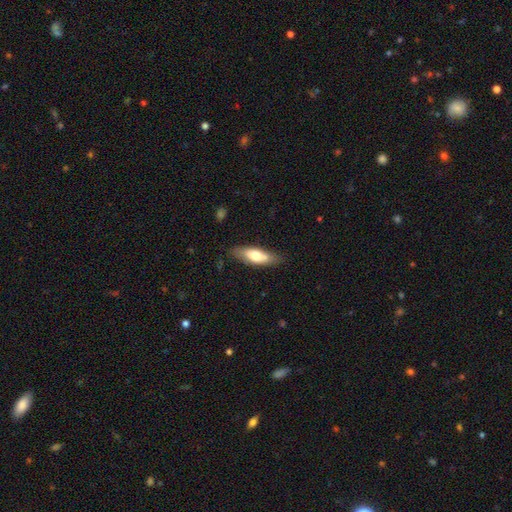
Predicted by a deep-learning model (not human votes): smooth 63%, featured or disk 31%, star or artifact 6%. Down the decision tree: how rounded — in between (61%); merging — none (78%).